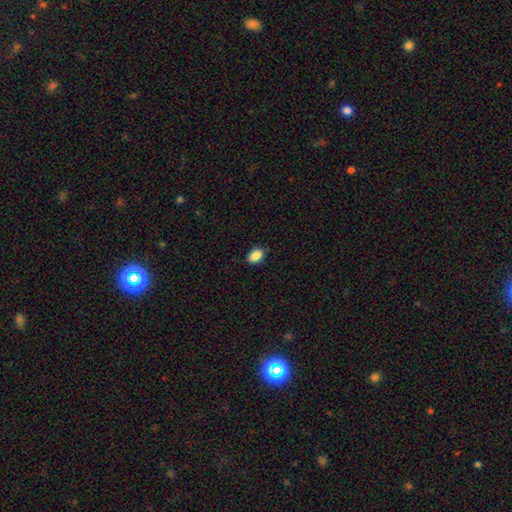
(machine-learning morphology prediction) This appears to be a smooth galaxy with no disk features (89%) that is in between round and cigar-shaped (86%). Merging: none (88%).